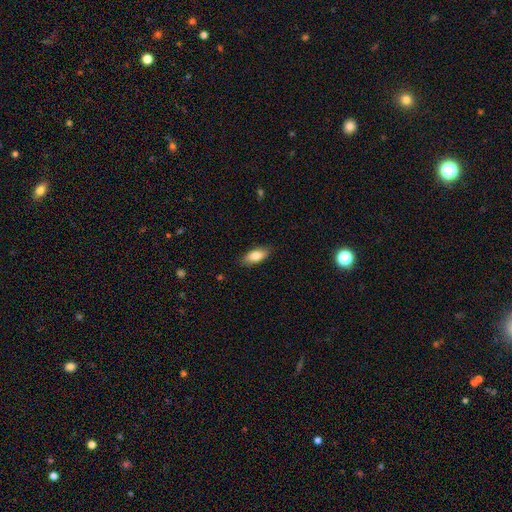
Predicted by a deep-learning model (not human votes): smooth_or_featured: smooth (p=0.82) [alt: featured or disk p=0.12]
how_rounded: in between (p=0.85) [alt: cigar-shaped p=0.13]
merging: none (p=0.85) [alt: minor disturbance p=0.11]